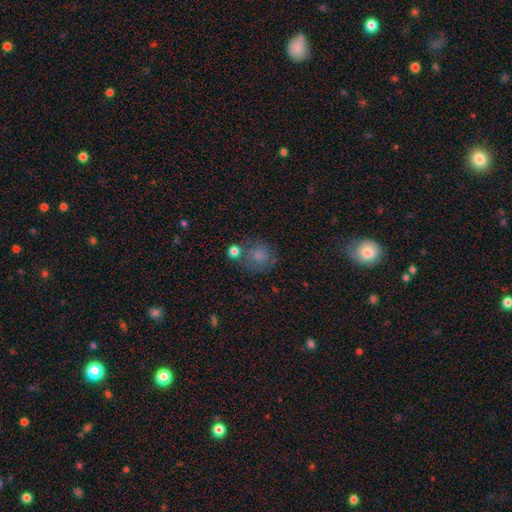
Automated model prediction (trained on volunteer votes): Morphology: type=smooth (76%); roundness=round (86%); merging=none (64%).